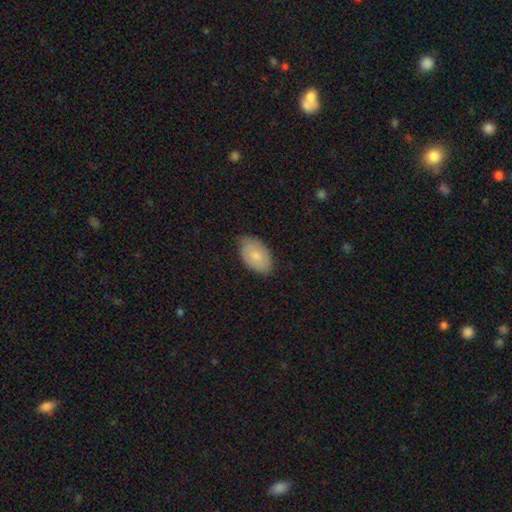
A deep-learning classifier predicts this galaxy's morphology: This appears to be a smooth galaxy with no disk features (78%) that is in between round and cigar-shaped (93%). Merging: none (68%).